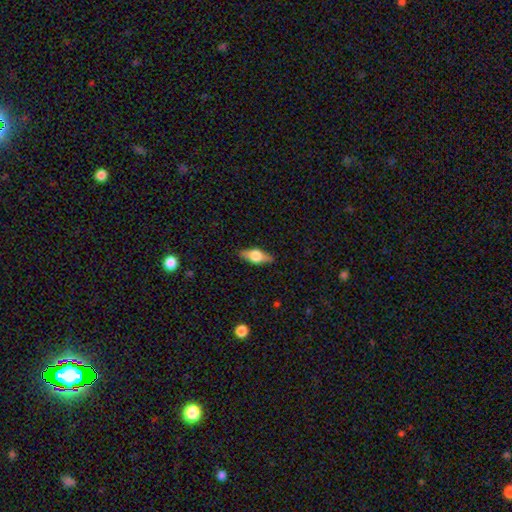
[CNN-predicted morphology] smooth 47%, featured or disk 46%, star or artifact 7%. Down the decision tree: merging — none (86%).